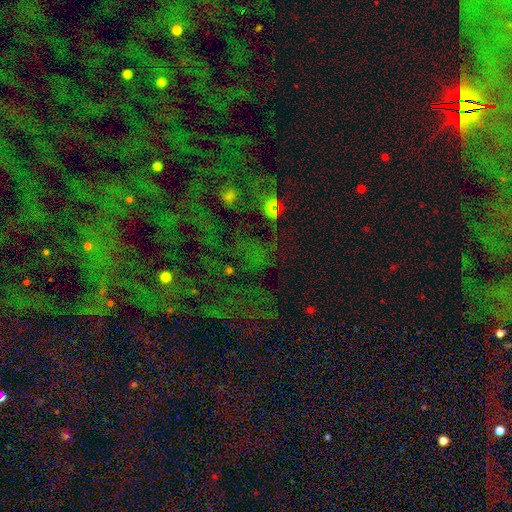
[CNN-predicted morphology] Smooth or featured?
  - star or artifact: 67% *
  - smooth: 21%
  - featured or disk: 12%